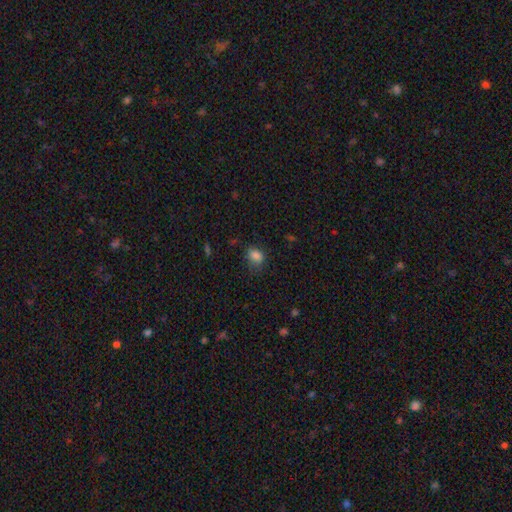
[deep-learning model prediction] Smooth or featured: smooth — 84% (star or artifact — 11%)
How rounded: in between — 66% (round — 33%)
Merging: none — 64% (minor disturbance — 26%)